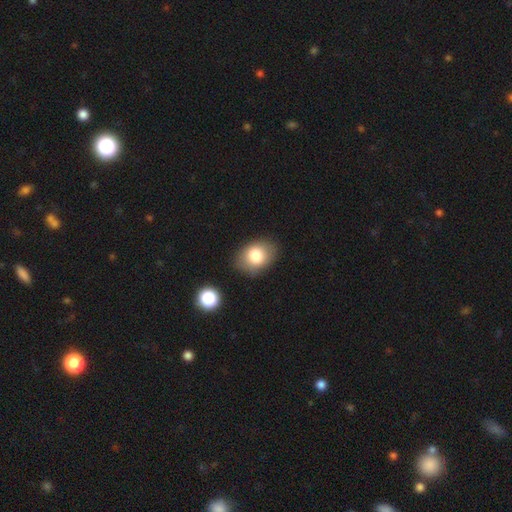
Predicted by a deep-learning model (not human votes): The model was most divided on "how rounded": in between: 69%, round: 30%, cigar-shaped: 1%. More confident: smooth or featured — smooth (81%); merging — none (80%).